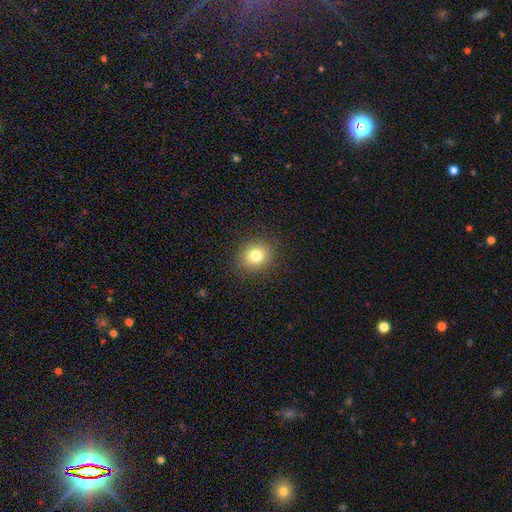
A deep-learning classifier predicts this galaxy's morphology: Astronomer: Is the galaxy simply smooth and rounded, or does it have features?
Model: smooth — 79%.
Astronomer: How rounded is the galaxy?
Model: round — 72%.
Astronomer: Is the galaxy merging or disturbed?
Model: none — 89%.